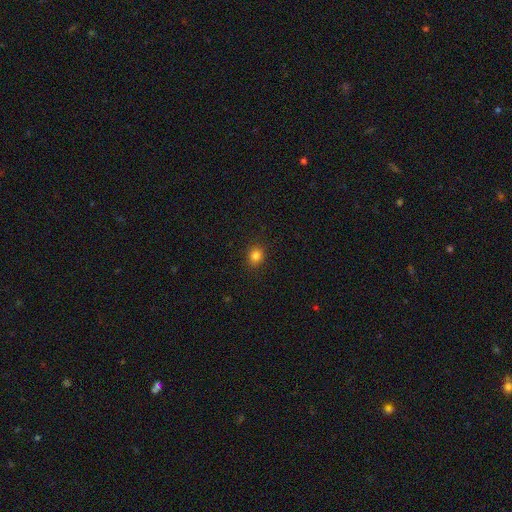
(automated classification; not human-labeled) A smooth galaxy with no disk features (83%) that is round (72%).

Vote fractions:
- Smooth or featured? smooth: 83% / star or artifact: 12% / featured or disk: 4%
- How rounded? round: 72% / in between: 27% / cigar-shaped: 1%
- Merging? none: 90% / minor disturbance: 7% / major disturbance: 2% / merger: 1%